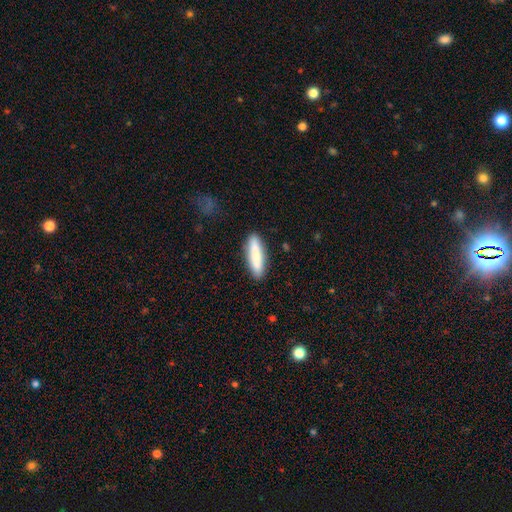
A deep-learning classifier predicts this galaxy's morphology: The model was most divided on "how rounded": cigar-shaped: 72%, in between: 26%, round: 2%. More confident: merging — none (86%); smooth or featured — smooth (82%).